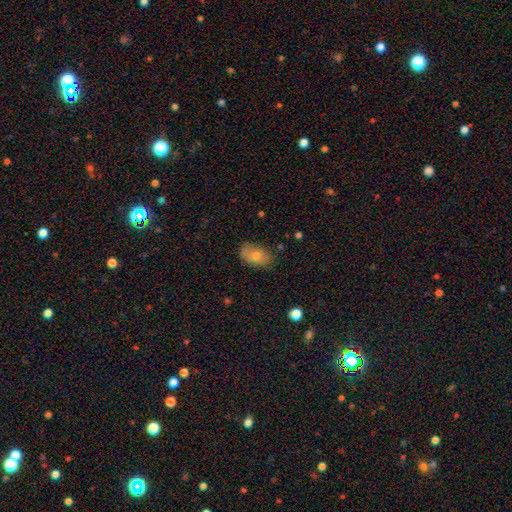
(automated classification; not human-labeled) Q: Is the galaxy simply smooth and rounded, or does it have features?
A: smooth — 67%.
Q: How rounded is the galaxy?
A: in between — 89%.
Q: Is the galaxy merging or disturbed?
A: none — 76%.